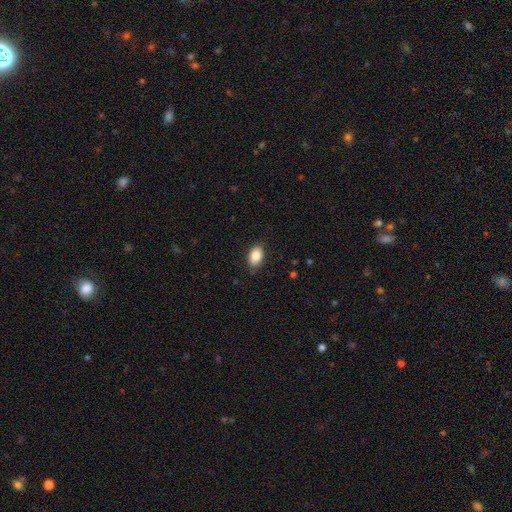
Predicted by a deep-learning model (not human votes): Q: Smooth or featured?
A: smooth (86%); runner-up: star or artifact (8%)
Q: How rounded?
A: in between (89%); runner-up: round (10%)
Q: Merging?
A: none (84%); runner-up: minor disturbance (13%)